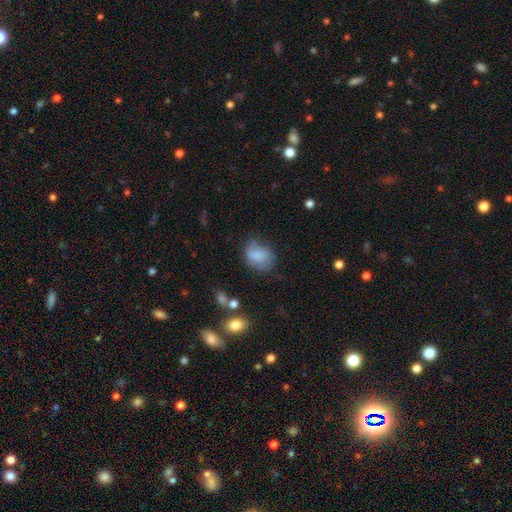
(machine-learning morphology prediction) smooth_or_featured: smooth (p=0.79) [alt: featured or disk p=0.11]
how_rounded: in between (p=0.59) [alt: round p=0.40]
merging: none (p=0.55) [alt: minor disturbance p=0.30]